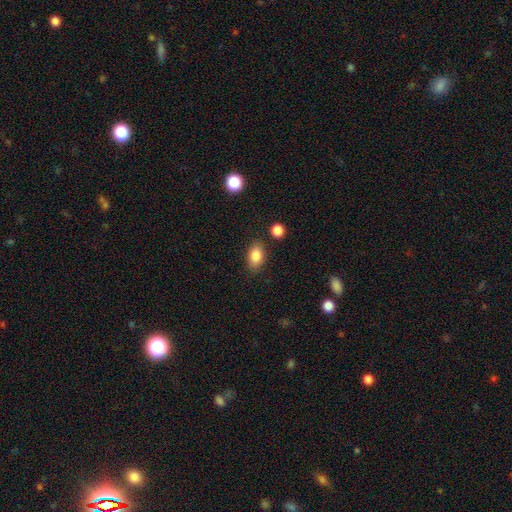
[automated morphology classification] Q: Smooth or featured?
A: smooth (86%); runner-up: star or artifact (8%)
Q: How rounded?
A: in between (86%); runner-up: round (13%)
Q: Merging?
A: none (83%); runner-up: minor disturbance (11%)